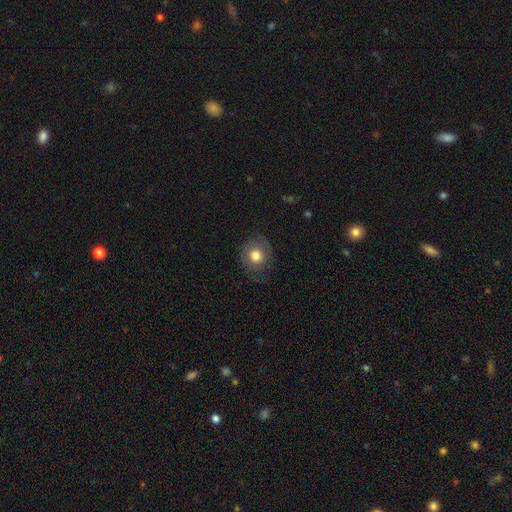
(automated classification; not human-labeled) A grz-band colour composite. It shows a smooth galaxy with no disk features (74%) that is round (78%). Merging: none (73%).